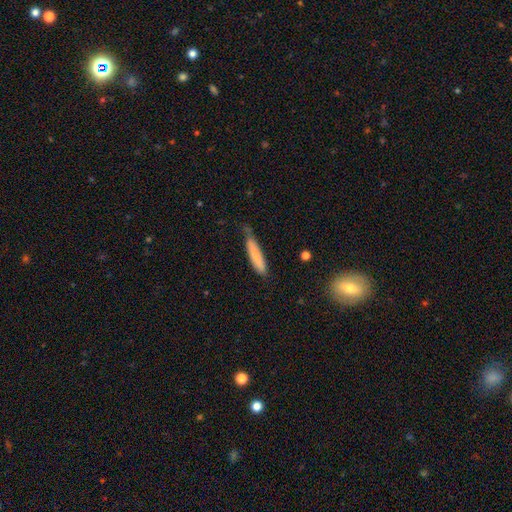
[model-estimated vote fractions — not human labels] A smooth galaxy with no disk features (79%) that is cigar-shaped (87%).

Vote fractions:
- Smooth or featured? smooth: 79% / featured or disk: 15% / star or artifact: 6%
- How rounded? cigar-shaped: 87% / in between: 12% / round: 1%
- Merging? none: 53% / minor disturbance: 36% / major disturbance: 8% / merger: 3%